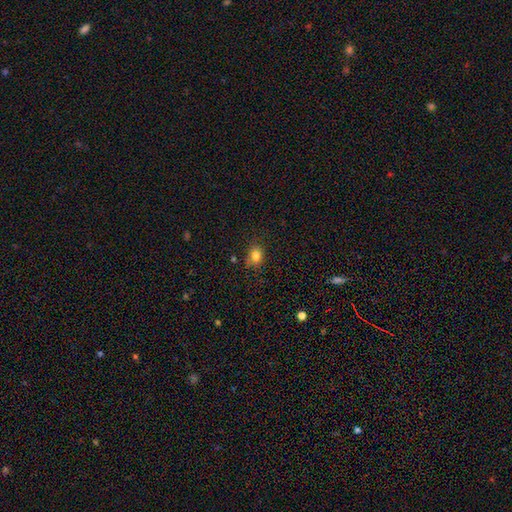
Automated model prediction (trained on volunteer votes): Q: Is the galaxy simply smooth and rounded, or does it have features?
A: smooth — 82%.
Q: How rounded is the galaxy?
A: in between — 52%.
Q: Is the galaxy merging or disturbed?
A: none — 75%.